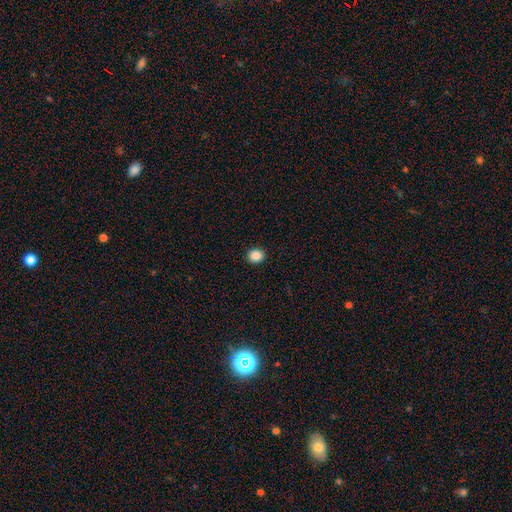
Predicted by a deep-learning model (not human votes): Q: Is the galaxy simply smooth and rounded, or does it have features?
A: smooth — 87%.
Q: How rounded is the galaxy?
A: round — 79%.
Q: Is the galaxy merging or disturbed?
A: none — 93%.